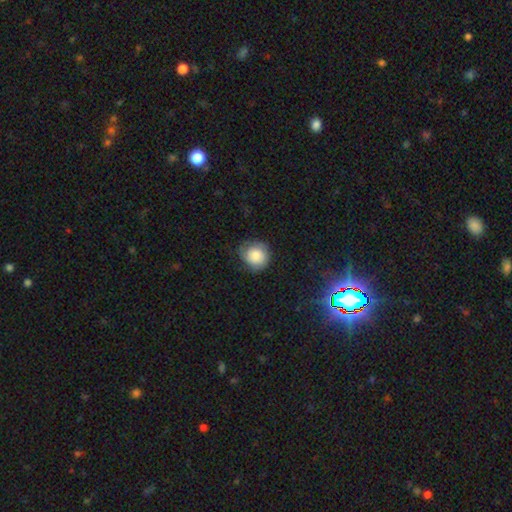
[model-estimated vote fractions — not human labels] This appears to be a smooth galaxy with no disk features (74%) that is round (86%). Merging: none (63%).